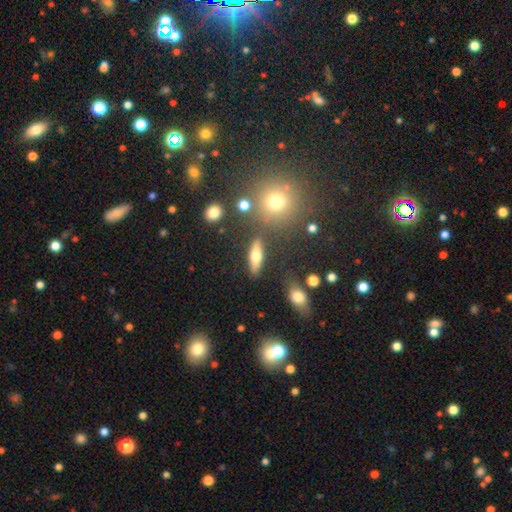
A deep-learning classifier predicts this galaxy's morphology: A smooth galaxy with no disk features (58%) that is in between round and cigar-shaped (52%).

Vote fractions:
- Smooth or featured? smooth: 58% / featured or disk: 33% / star or artifact: 8%
- How rounded? in between: 52% / cigar-shaped: 43% / round: 6%
- Merging? none: 79% / minor disturbance: 11% / merger: 5% / major disturbance: 4%